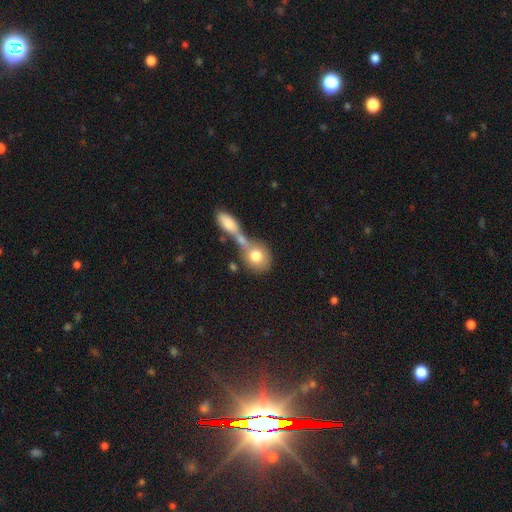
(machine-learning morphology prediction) Q: Smooth or featured?
A: smooth (76%); runner-up: featured or disk (16%)
Q: How rounded?
A: round (72%); runner-up: in between (25%)
Q: Merging?
A: merger (54%); runner-up: none (33%)